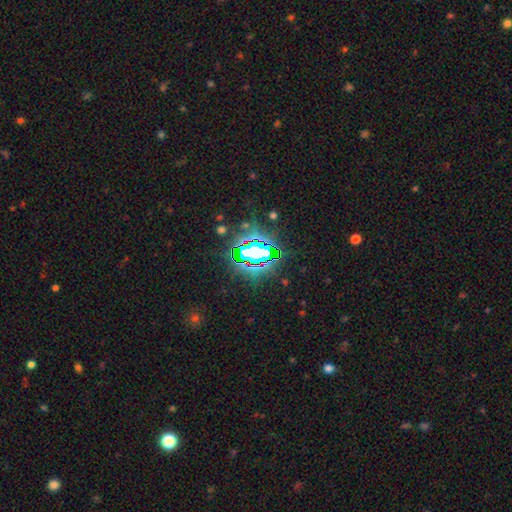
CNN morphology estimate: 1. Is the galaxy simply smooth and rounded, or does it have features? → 84% star or artifact, 9% smooth, 7% featured or disk.